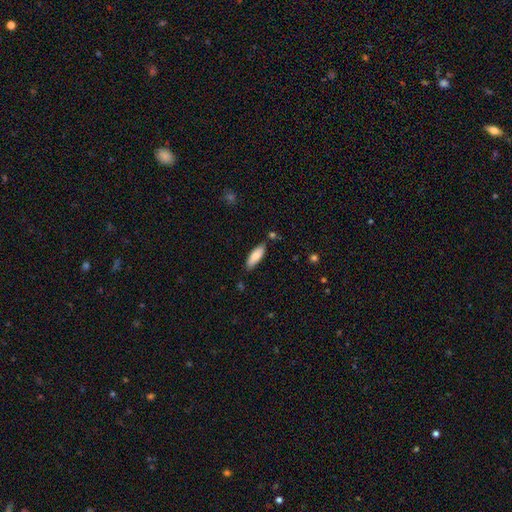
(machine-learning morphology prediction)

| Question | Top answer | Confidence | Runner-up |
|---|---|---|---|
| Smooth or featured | smooth | 80% | featured or disk (14%) |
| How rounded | in between | 65% | cigar-shaped (33%) |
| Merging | none | 81% | minor disturbance (13%) |